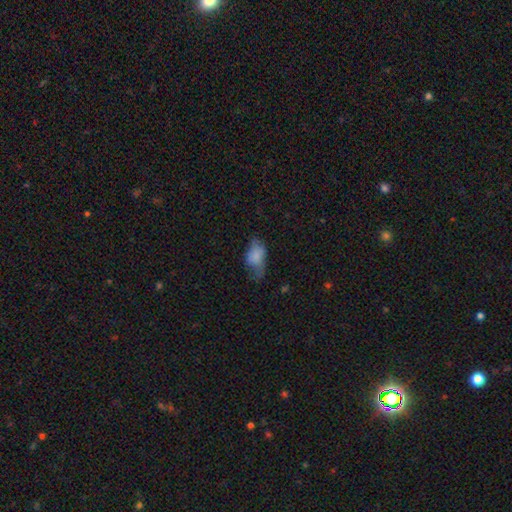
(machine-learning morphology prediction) This is likely a smooth galaxy (71%). How rounded: clearly in between (90%). Merging: marginally minor disturbance (34%).